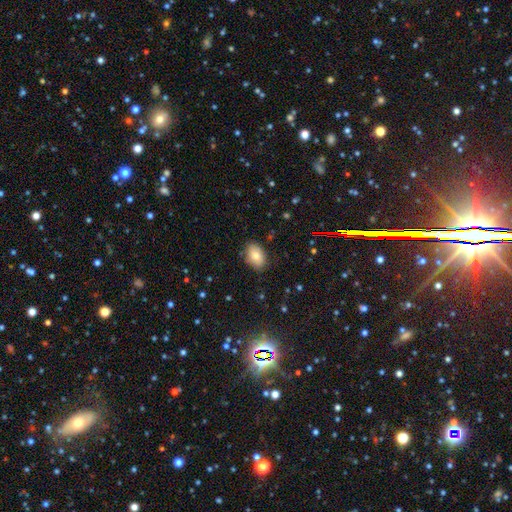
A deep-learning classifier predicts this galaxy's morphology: The model was most divided on "smooth or featured": smooth: 77%, featured or disk: 13%, star or artifact: 10%. More confident: how rounded — in between (85%); merging — none (82%).